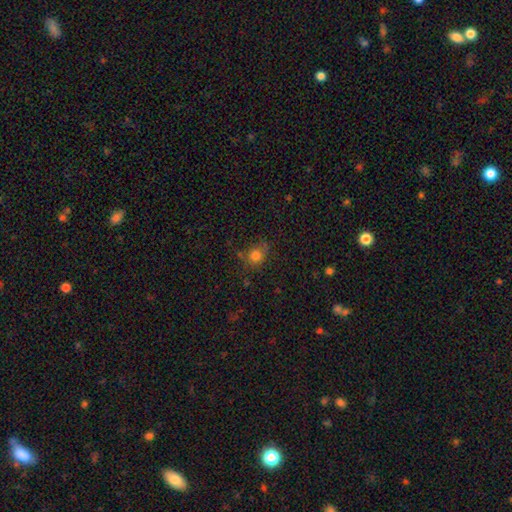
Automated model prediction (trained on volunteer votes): Morphology: type=smooth (77%); roundness=round (69%); merging=none (63%).